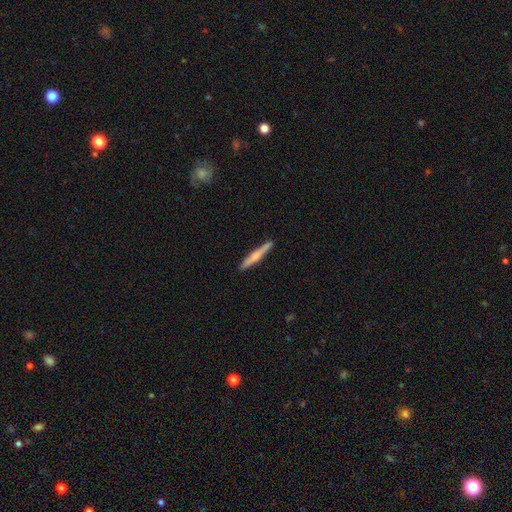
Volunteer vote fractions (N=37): featured or disk 62%, smooth 32%, star or artifact 5%. Down the decision tree: edge-on disk — yes (96%); edge-on bulge — rounded (59%); merging — none (86%).